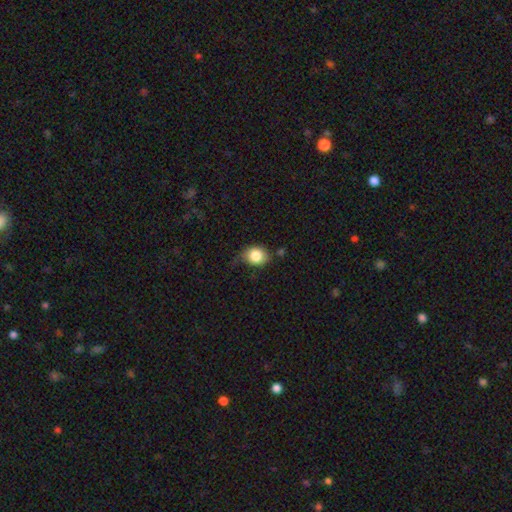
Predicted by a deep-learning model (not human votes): This is clearly a smooth galaxy (83%). How rounded: possibly round (57%). Merging: possibly none (58%).